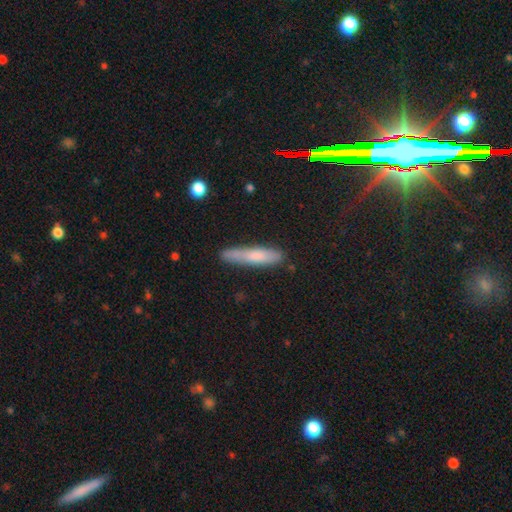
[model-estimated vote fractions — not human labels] Smooth or featured? smooth (72%)
How rounded? cigar-shaped (88%)
Merging? none (76%)